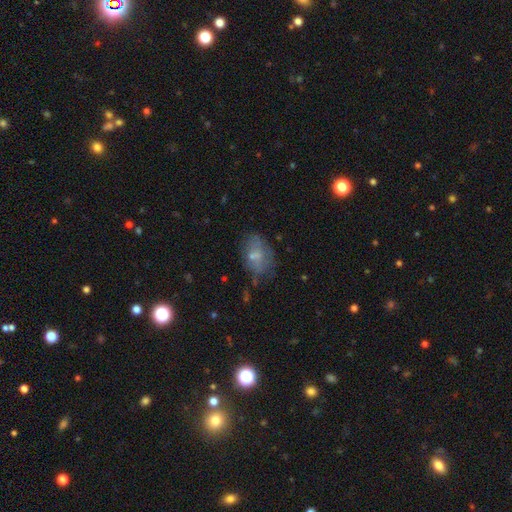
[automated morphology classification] The model was most divided on "merging": none: 54%, minor disturbance: 25%, major disturbance: 13%, merger: 8%. More confident: how rounded — in between (83%); smooth or featured — smooth (62%).